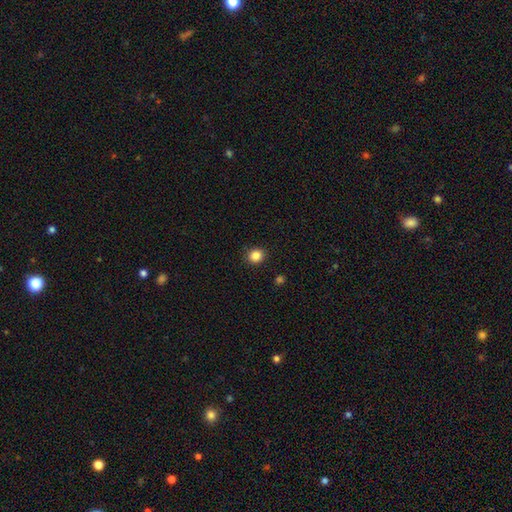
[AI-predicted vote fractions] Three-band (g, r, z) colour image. It shows a smooth galaxy with no disk features (85%) that is round (79%). Merging: none (90%).